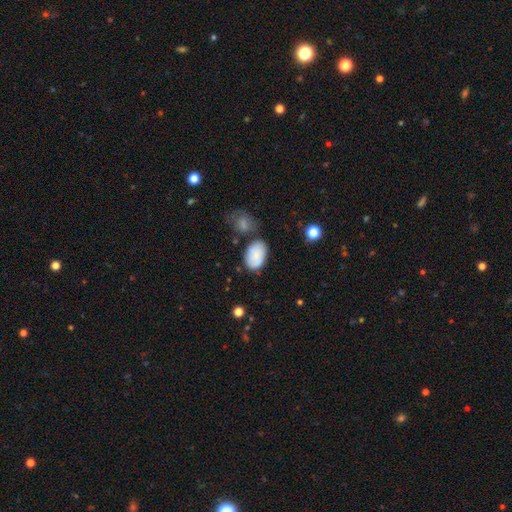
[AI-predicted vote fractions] Overall: smooth (80%). How rounded: in between (89%). Merging: none (61%).